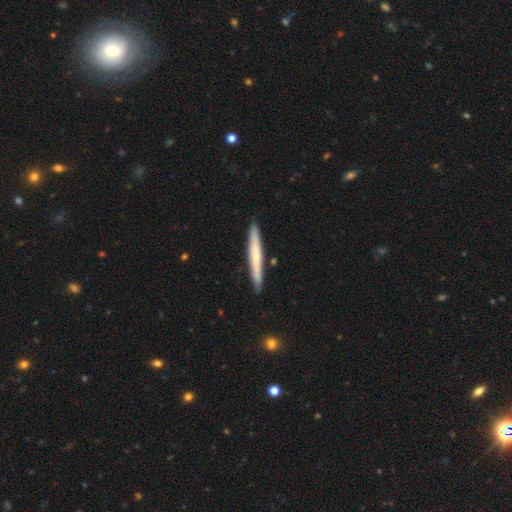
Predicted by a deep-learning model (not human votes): smooth 59%, featured or disk 36%, star or artifact 5%. Down the decision tree: how rounded — cigar-shaped (96%); merging — none (88%).